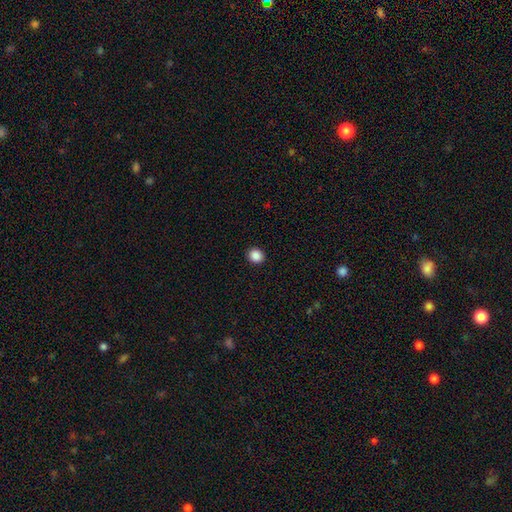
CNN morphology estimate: Smooth or featured? Predicted: smooth (p=0.88). How rounded? Predicted: round (p=0.79). Merging? Predicted: none (p=0.92).